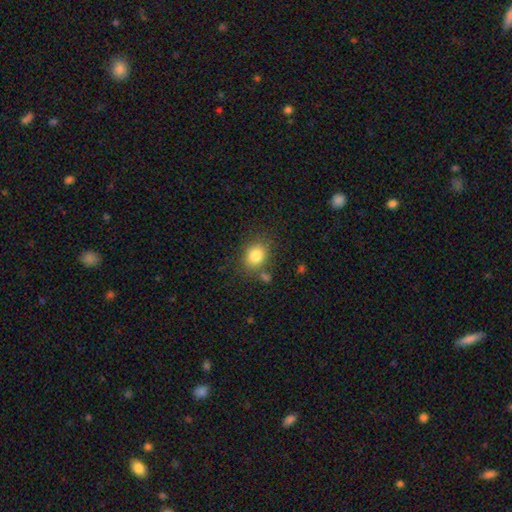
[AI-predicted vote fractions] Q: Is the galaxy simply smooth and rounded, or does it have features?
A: smooth — 82%.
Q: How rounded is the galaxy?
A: round — 54%.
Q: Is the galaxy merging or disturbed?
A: none — 74%.